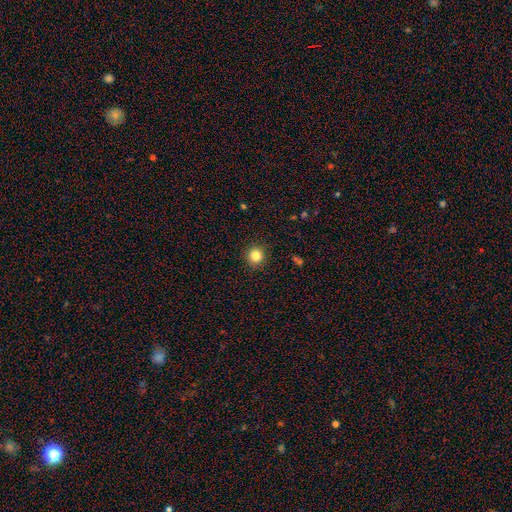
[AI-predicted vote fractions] Smooth or featured? smooth (84%)
How rounded? round (92%)
Merging? none (91%)